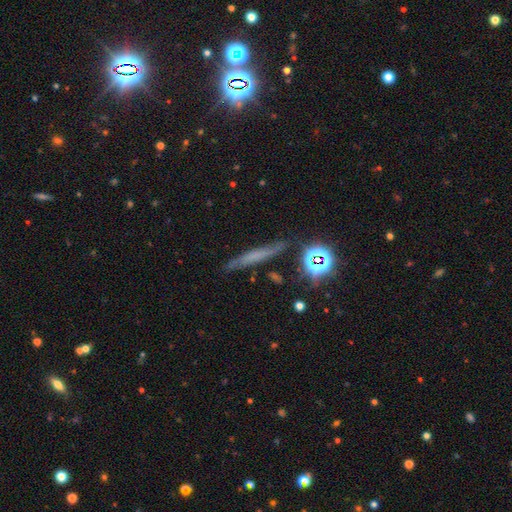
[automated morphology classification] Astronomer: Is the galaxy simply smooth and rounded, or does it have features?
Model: smooth — 41% (runner-up: featured or disk, 39%).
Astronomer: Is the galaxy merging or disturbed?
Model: none — 81%.